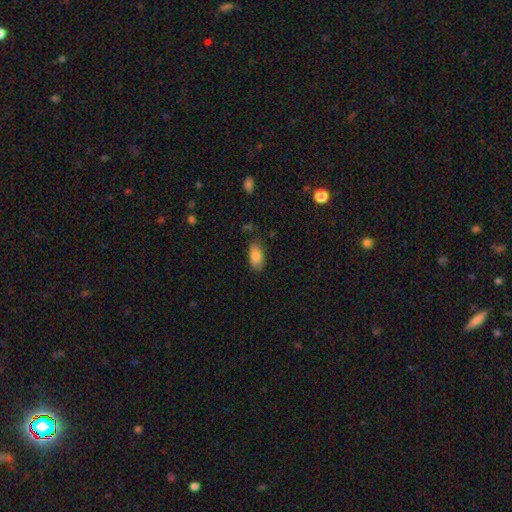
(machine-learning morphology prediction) A smooth galaxy with no disk features (85%) that is in between round and cigar-shaped (91%). Merging: none (77%).